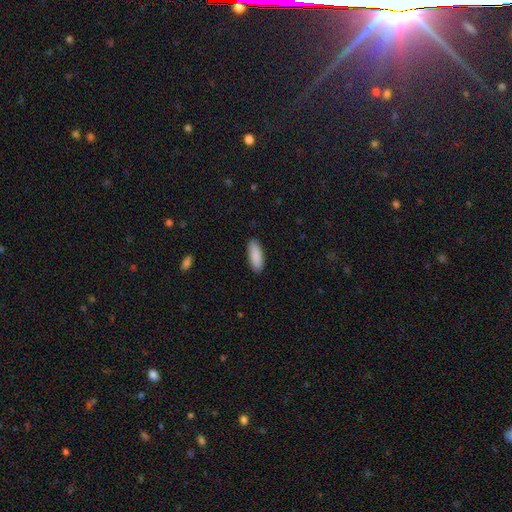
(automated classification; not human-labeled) smooth_or_featured: smooth (p=0.90) [alt: star or artifact p=0.06]
how_rounded: in between (p=0.67) [alt: cigar-shaped p=0.32]
merging: none (p=0.88) [alt: minor disturbance p=0.09]